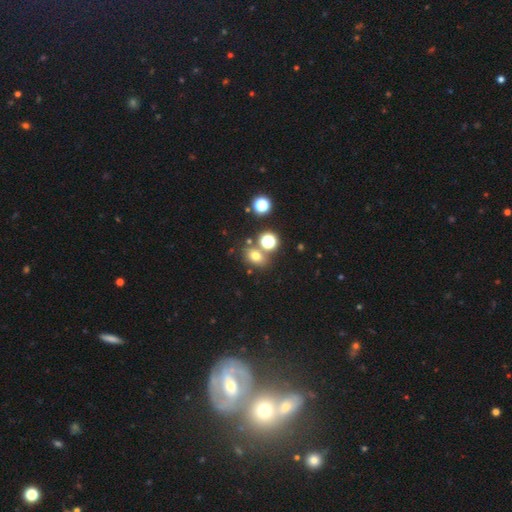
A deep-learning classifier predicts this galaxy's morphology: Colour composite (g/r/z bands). It shows a smooth galaxy with no disk features (70%) that is in between round and cigar-shaped (55%). Merging: none (68%).